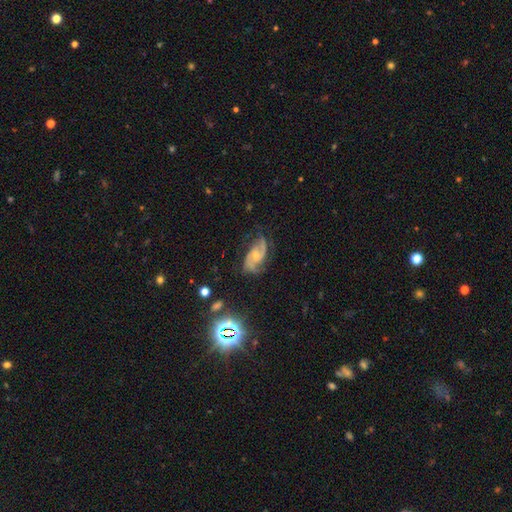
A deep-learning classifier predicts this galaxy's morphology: Smooth or featured?
  - featured or disk: 83% *
  - smooth: 10%
  - star or artifact: 7%
Edge-on disk?
  - no: 97% *
  - yes: 3%
Bar?
  - no: 56% *
  - weak: 36%
  - strong: 8%
Spiral arms?
  - yes: 96% *
  - no: 4%
Spiral winding?
  - medium: 51% *
  - loose: 27%
  - tight: 22%
Spiral arm count?
  - 2: 75% *
  - 3: 10%
  - can't tell: 8%
  - 1: 3%
  - 4: 2%
  - more than 4: 2%
Bulge size?
  - small: 58% *
  - moderate: 33%
  - none: 7%
  - large: 2%
  - dominant: 1%
Merging?
  - none: 64% *
  - minor disturbance: 23%
  - major disturbance: 11%
  - merger: 2%